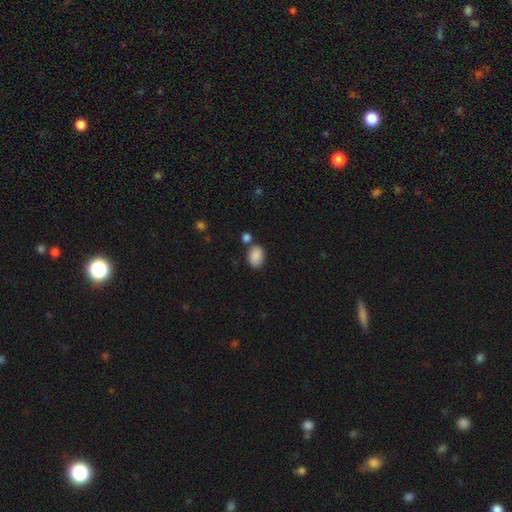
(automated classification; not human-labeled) Smooth or featured?
  - smooth: 86% *
  - star or artifact: 8%
  - featured or disk: 6%
How rounded?
  - in between: 81% *
  - round: 18%
  - cigar-shaped: 1%
Merging?
  - none: 66% *
  - minor disturbance: 16%
  - merger: 14%
  - major disturbance: 4%